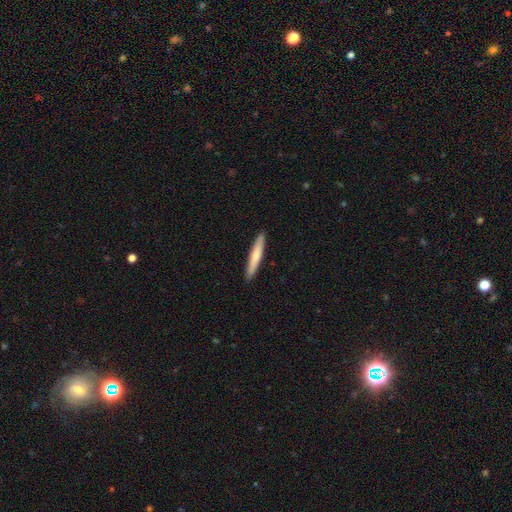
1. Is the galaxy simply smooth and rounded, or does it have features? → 71% smooth, 26% featured or disk, 3% star or artifact.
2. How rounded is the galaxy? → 100% cigar-shaped, 0% round, 0% in between.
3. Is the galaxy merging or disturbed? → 92% none, 8% major disturbance, 0% minor disturbance, 0% merger.